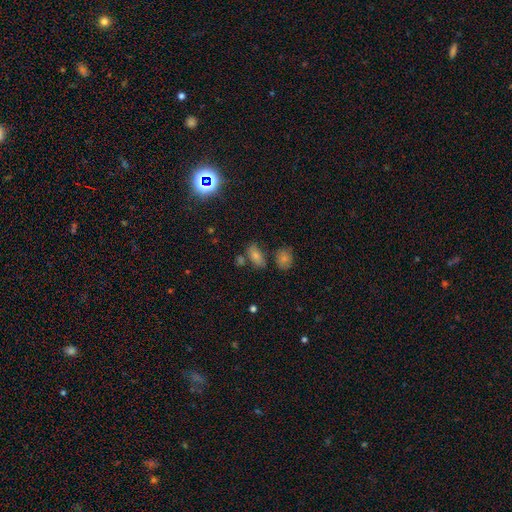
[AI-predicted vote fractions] Smooth or featured? Predicted: smooth (p=0.47). Merging? Predicted: none (p=0.67).